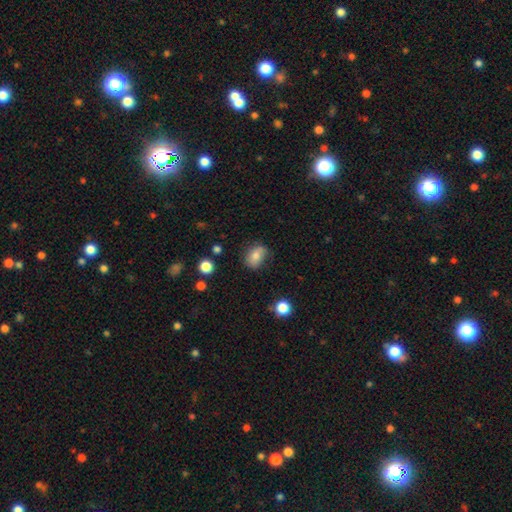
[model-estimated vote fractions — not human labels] Smooth or featured? smooth (77%)
How rounded? in between (73%)
Merging? none (68%)